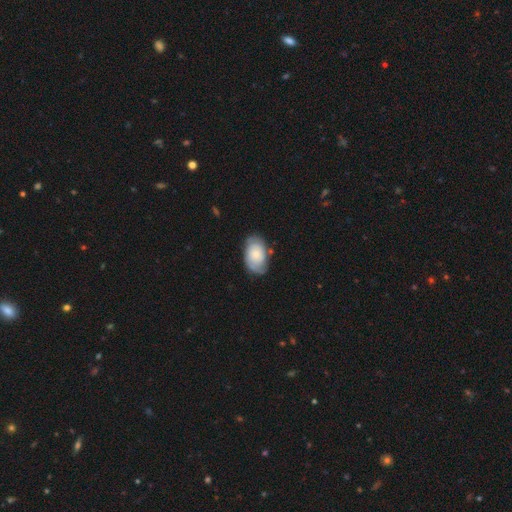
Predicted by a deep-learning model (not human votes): A smooth galaxy with no disk features (48%). Merging: none (68%).